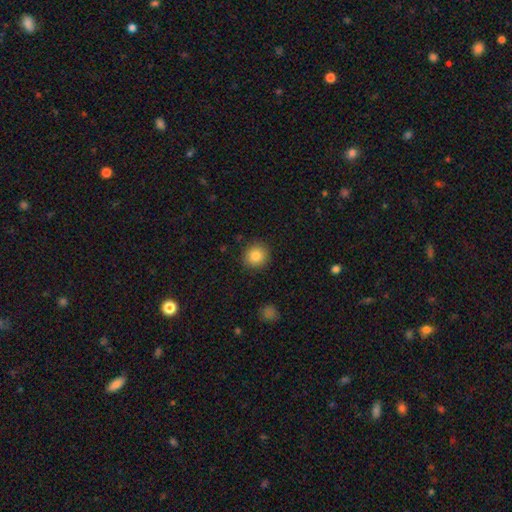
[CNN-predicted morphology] This is clearly a smooth galaxy (84%). How rounded: clearly round (91%). Merging: clearly none (89%).